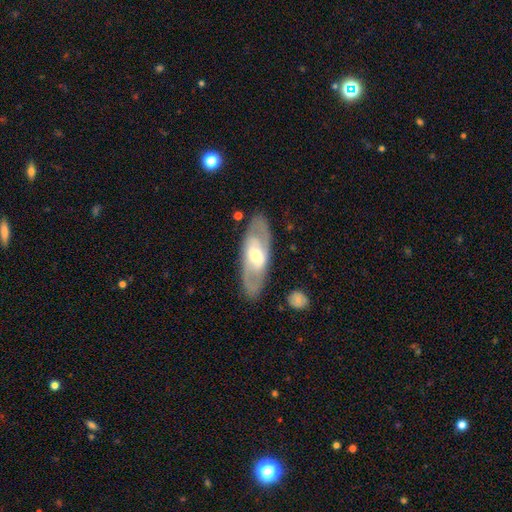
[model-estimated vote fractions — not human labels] Smooth or featured? Predicted: featured or disk (p=0.73). Edge-on disk? Predicted: no (p=0.86). Bar? Predicted: weak (p=0.40). Spiral arms? Predicted: yes (p=0.72). Bulge size? Predicted: moderate (p=0.58). Merging? Predicted: none (p=0.84).